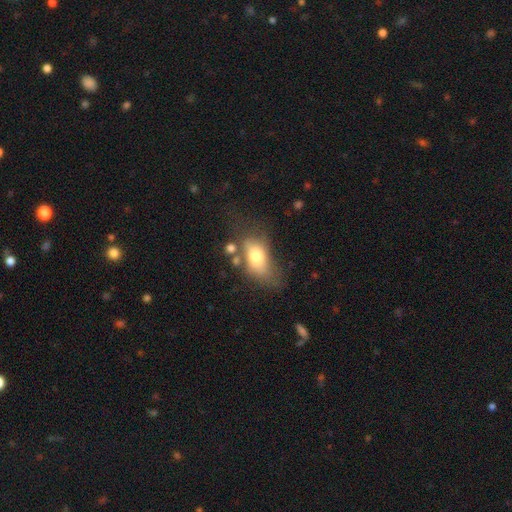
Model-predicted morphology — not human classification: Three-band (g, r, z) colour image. It shows a smooth galaxy with no disk features (69%) that is in between round and cigar-shaped (84%). Merging: none (40%).